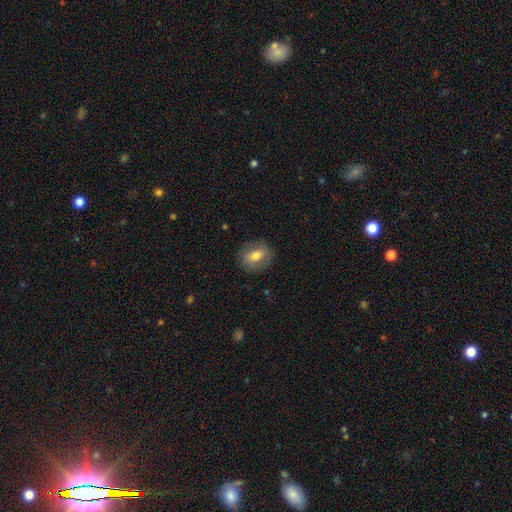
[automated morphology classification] smooth_or_featured: smooth (p=0.63) [alt: featured or disk p=0.28]
how_rounded: round (p=0.55) [alt: in between p=0.44]
merging: none (p=0.81) [alt: minor disturbance p=0.13]